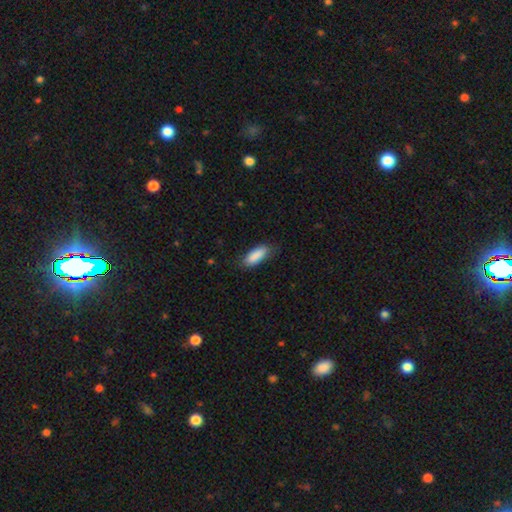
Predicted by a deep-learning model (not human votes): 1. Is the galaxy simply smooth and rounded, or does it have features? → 89% smooth, 6% star or artifact, 5% featured or disk.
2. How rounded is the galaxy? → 78% in between, 20% cigar-shaped, 2% round.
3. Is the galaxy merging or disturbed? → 77% none, 18% minor disturbance, 4% major disturbance, 1% merger.